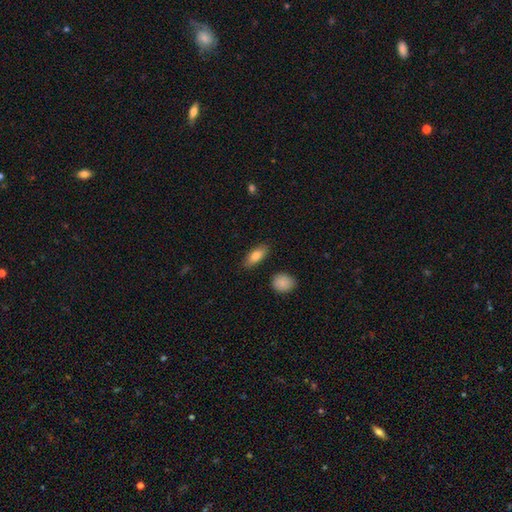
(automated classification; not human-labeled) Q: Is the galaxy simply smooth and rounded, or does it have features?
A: smooth — 80%.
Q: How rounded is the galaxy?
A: in between — 79%.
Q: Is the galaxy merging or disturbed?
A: none — 85%.